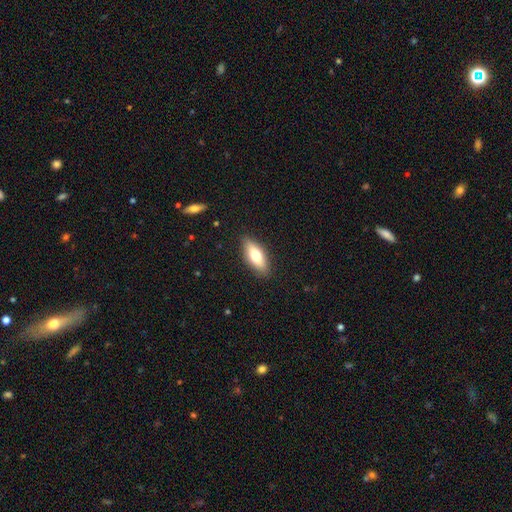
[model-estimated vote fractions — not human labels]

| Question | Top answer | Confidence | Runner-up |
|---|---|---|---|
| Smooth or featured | smooth | 66% | featured or disk (27%) |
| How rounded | in between | 67% | cigar-shaped (31%) |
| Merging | none | 88% | minor disturbance (9%) |